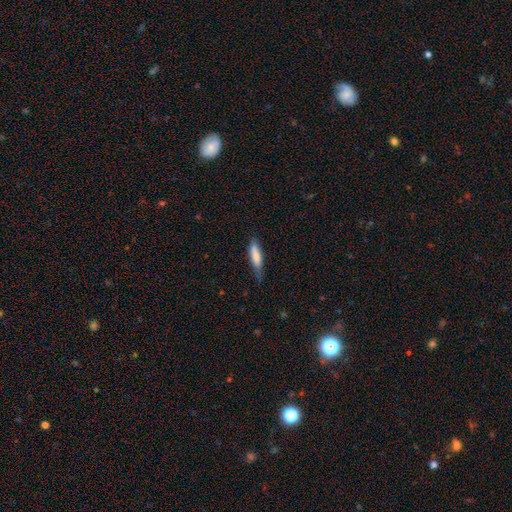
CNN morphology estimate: Smooth or featured? smooth (76%)
How rounded? cigar-shaped (71%)
Merging? none (59%)